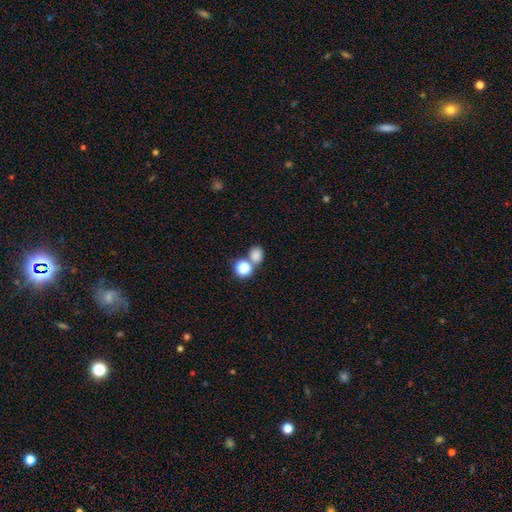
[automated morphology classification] Smooth or featured: smooth — 78% (star or artifact — 16%)
How rounded: round — 63% (in between — 36%)
Merging: none — 56% (merger — 32%)